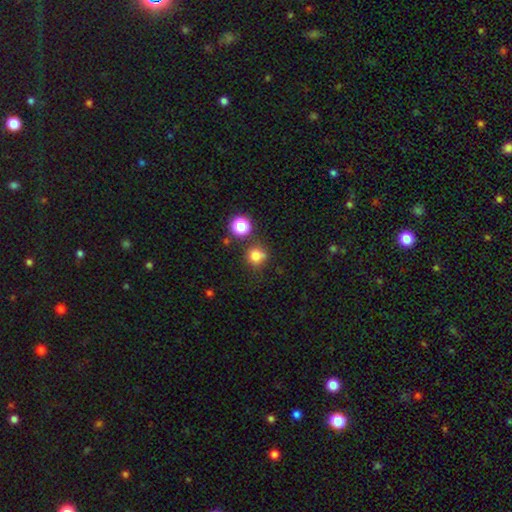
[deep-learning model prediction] smooth 78%, star or artifact 16%, featured or disk 7%. Down the decision tree: how rounded — round (85%); merging — none (67%).